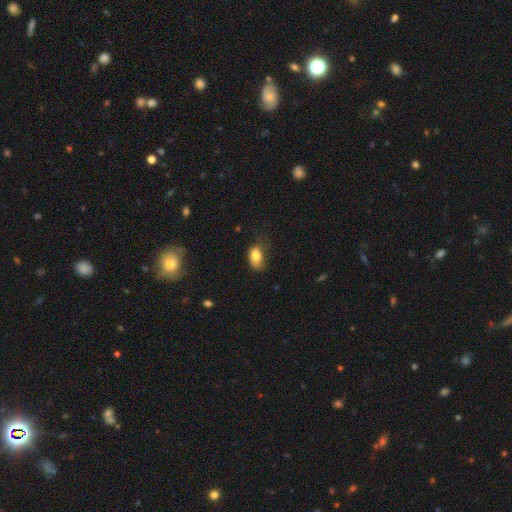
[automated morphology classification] Smooth or featured?
  - smooth: 82% *
  - featured or disk: 9%
  - star or artifact: 9%
How rounded?
  - in between: 87% *
  - round: 11%
  - cigar-shaped: 2%
Merging?
  - none: 50% *
  - minor disturbance: 33%
  - major disturbance: 15%
  - merger: 2%